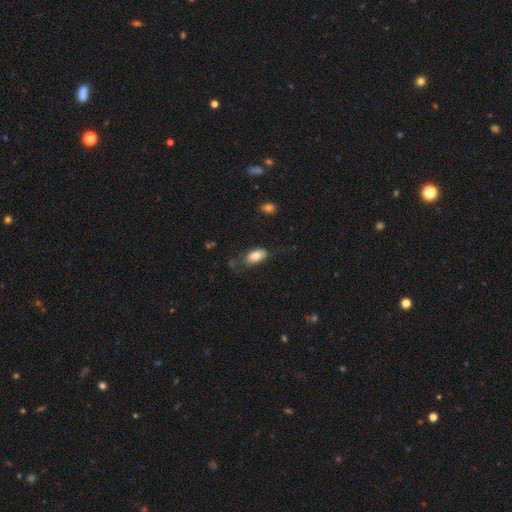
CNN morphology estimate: Q: Smooth or featured?
A: smooth (81%); runner-up: featured or disk (12%)
Q: How rounded?
A: in between (91%); runner-up: round (5%)
Q: Merging?
A: none (59%); runner-up: minor disturbance (24%)